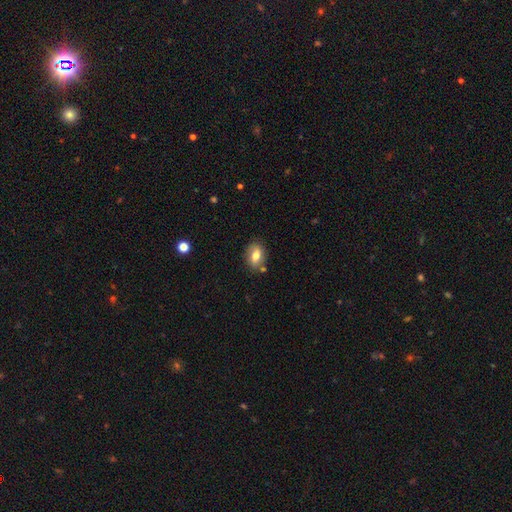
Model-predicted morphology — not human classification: The model was most divided on "how rounded": in between: 76%, round: 22%, cigar-shaped: 2%. More confident: merging — none (78%); smooth or featured — smooth (74%).